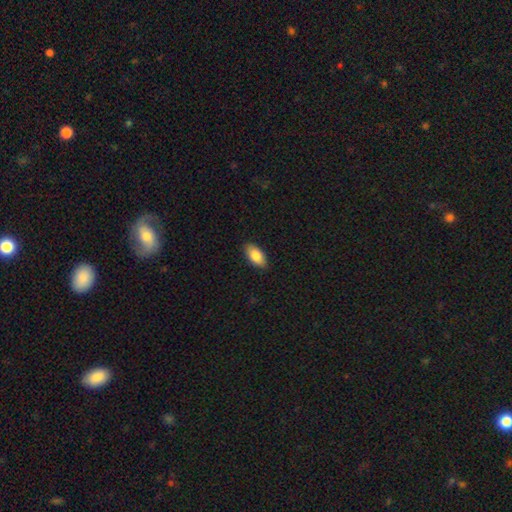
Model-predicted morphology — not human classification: This appears to be a smooth galaxy with no disk features (86%) that is in between round and cigar-shaped (93%). Merging: none (88%).